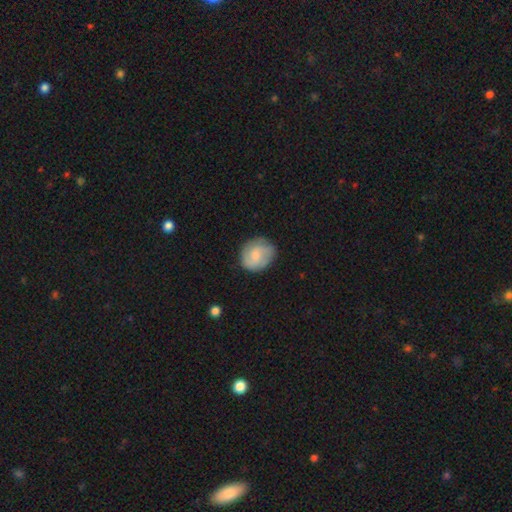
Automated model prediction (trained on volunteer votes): This appears to be a smooth galaxy with no disk features (60%) that is round (70%). Merging: none (75%).